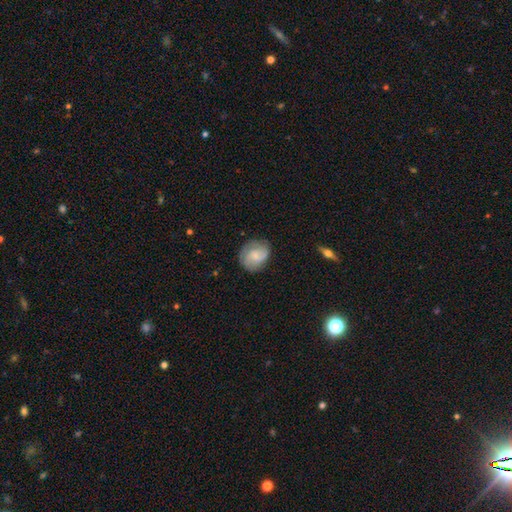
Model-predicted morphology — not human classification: A featured or disk galaxy (48%).

Vote fractions:
- Smooth or featured? featured or disk: 48% / smooth: 45% / star or artifact: 7%
- Merging? none: 73% / minor disturbance: 19% / major disturbance: 6% / merger: 1%